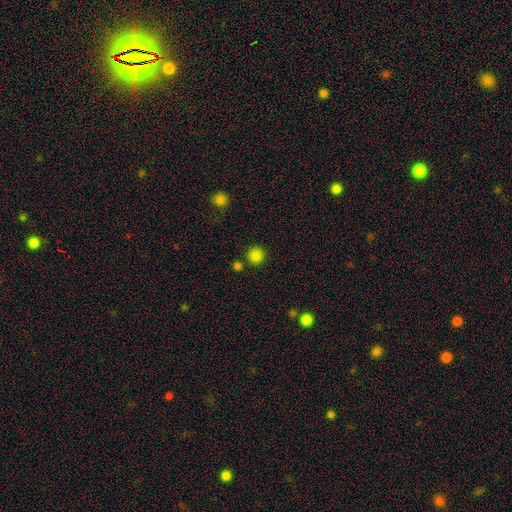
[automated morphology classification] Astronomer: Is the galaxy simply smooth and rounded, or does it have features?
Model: smooth — 84%.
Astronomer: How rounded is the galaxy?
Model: round — 93%.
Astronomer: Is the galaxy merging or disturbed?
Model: none — 84%.